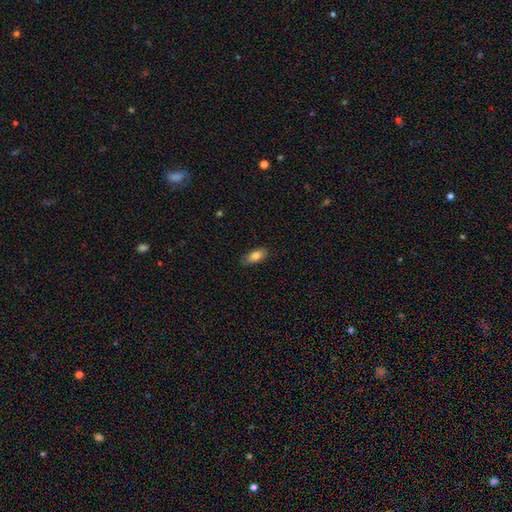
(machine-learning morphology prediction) type=smooth (80%); roundness=in between (87%); merging=none (82%).